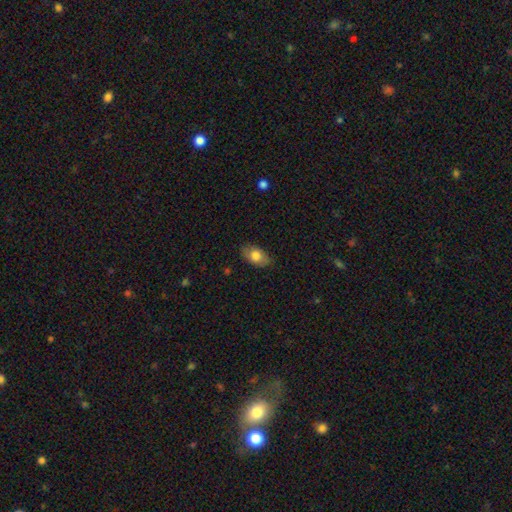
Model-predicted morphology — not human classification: This appears to be a smooth galaxy with no disk features (76%) that is in between round and cigar-shaped (90%). Merging: none (82%).